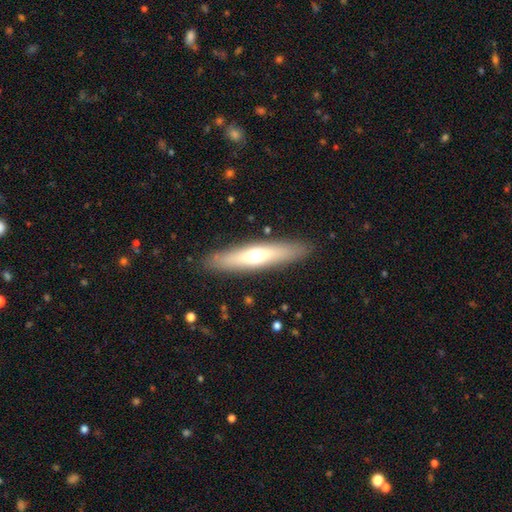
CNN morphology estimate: smooth_or_featured: smooth (p=0.52) [alt: featured or disk p=0.43]
how_rounded: cigar-shaped (p=0.82) [alt: in between p=0.17]
merging: none (p=0.89) [alt: minor disturbance p=0.08]